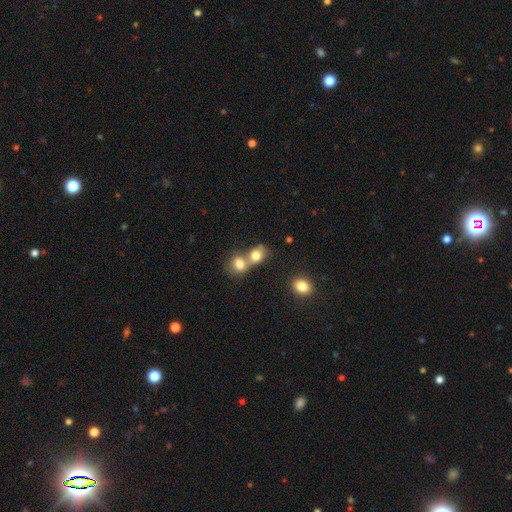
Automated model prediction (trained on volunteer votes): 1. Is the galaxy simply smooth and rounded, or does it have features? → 79% smooth, 12% featured or disk, 9% star or artifact.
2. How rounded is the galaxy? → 56% round, 42% in between, 1% cigar-shaped.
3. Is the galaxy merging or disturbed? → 66% merger, 24% none, 7% minor disturbance, 3% major disturbance.